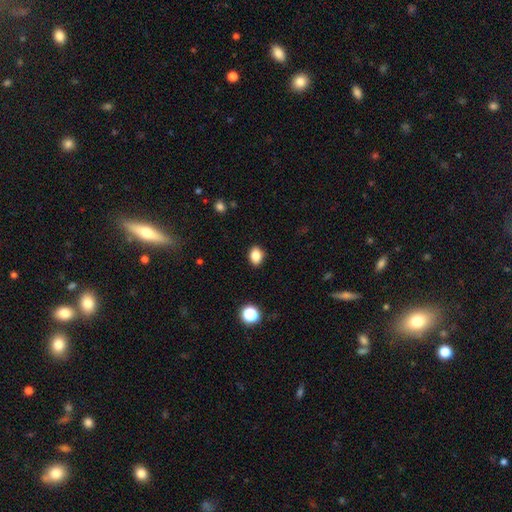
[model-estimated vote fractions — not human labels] smooth-or-featured: smooth: 84% | star or artifact: 11% | featured or disk: 5%
  how-rounded: in between: 66% | round: 33% | cigar-shaped: 1%
  merging: none: 89% | minor disturbance: 8% | major disturbance: 2% | merger: 1%